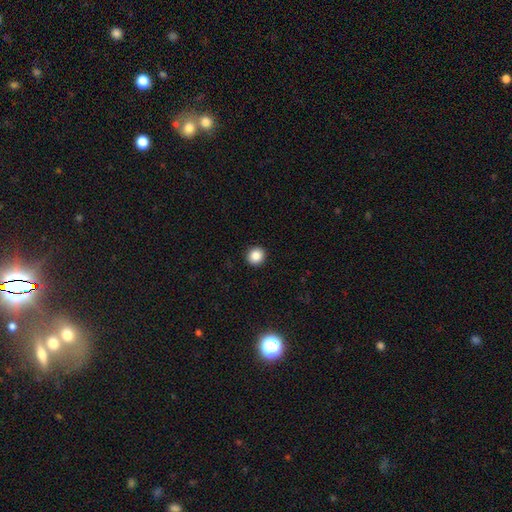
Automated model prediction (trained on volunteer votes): Smooth or featured?
  - smooth: 86% *
  - star or artifact: 10%
  - featured or disk: 4%
How rounded?
  - round: 92% *
  - in between: 7%
  - cigar-shaped: 1%
Merging?
  - none: 93% *
  - minor disturbance: 4%
  - major disturbance: 2%
  - merger: 1%